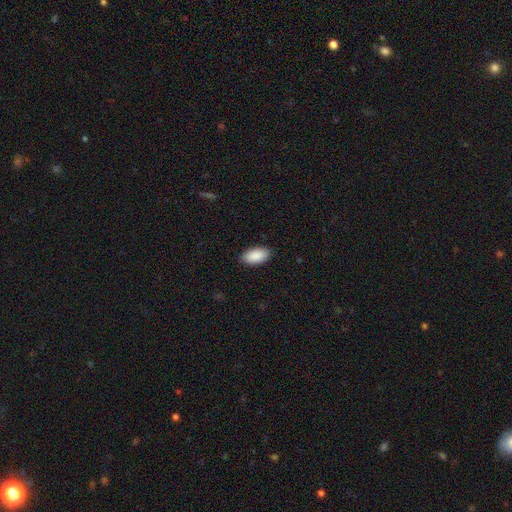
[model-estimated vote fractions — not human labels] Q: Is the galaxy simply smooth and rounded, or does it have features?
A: smooth — 91%.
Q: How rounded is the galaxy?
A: in between — 95%.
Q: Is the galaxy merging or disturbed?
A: none — 89%.